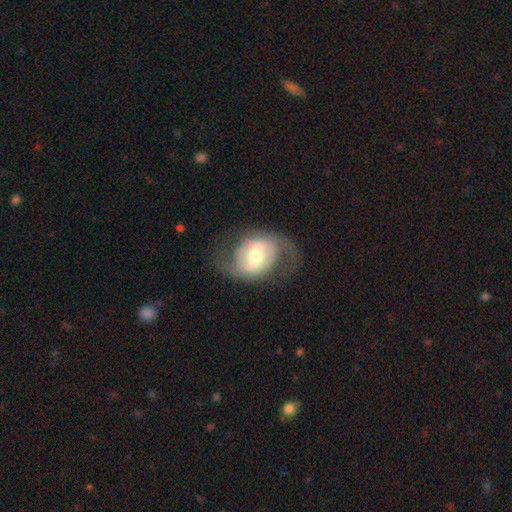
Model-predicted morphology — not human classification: featured or disk 77%, smooth 17%, star or artifact 6%. Down the decision tree: edge-on disk — no (97%); bar — weak (42%); spiral arms — yes (87%); spiral arm count — 2 (89%); spiral winding — medium (48%); bulge size — moderate (65%); merging — none (71%).